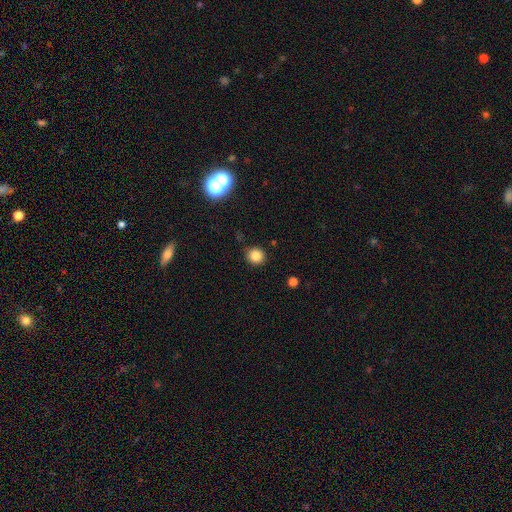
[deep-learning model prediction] Smooth or featured? Predicted: smooth (p=0.83). How rounded? Predicted: round (p=0.92). Merging? Predicted: none (p=0.88).